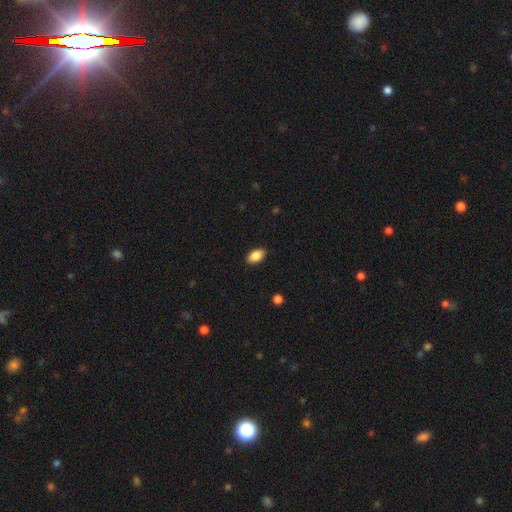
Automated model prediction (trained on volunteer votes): The model was most divided on "smooth or featured": smooth: 86%, star or artifact: 7%, featured or disk: 7%. More confident: how rounded — in between (92%); merging — none (88%).